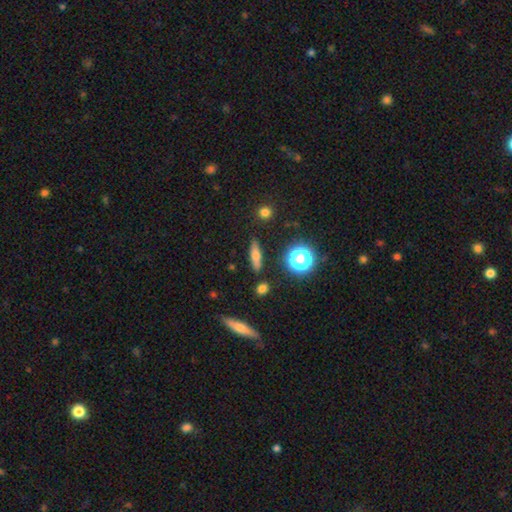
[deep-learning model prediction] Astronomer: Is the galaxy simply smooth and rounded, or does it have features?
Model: smooth — 58%.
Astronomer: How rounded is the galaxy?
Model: cigar-shaped — 59%.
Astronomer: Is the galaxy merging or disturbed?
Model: none — 85%.